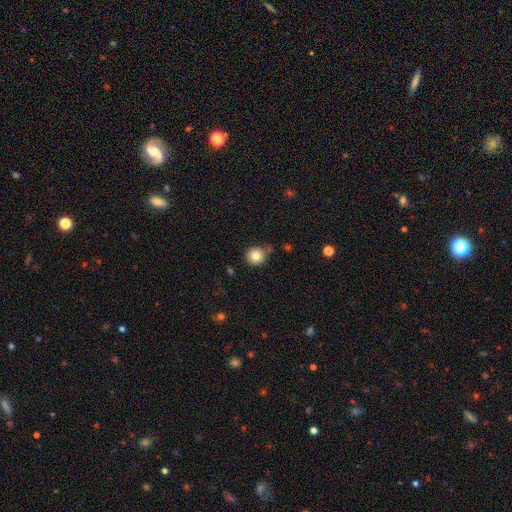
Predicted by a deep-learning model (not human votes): This appears to be a smooth galaxy with no disk features (80%) that is round (92%). Merging: none (76%).